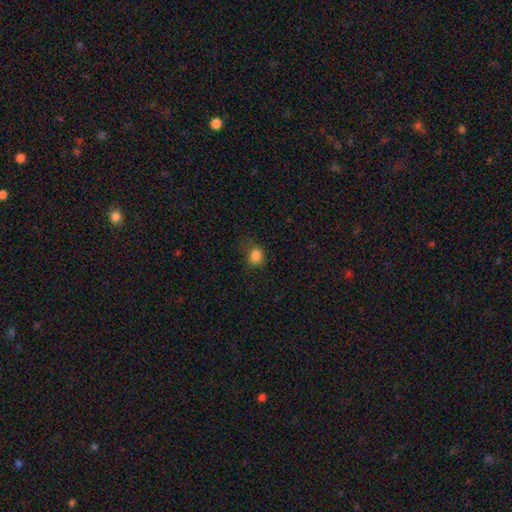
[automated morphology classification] Smooth or featured: smooth — 84% (star or artifact — 12%)
How rounded: round — 72% (in between — 27%)
Merging: none — 70% (minor disturbance — 21%)